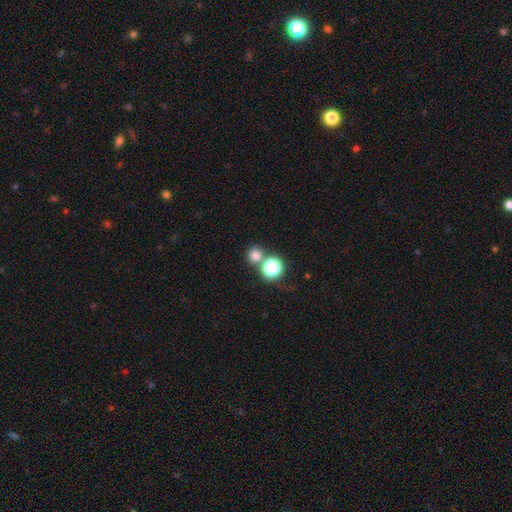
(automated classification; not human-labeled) smooth_or_featured: smooth (p=0.74) [alt: star or artifact p=0.19]
how_rounded: round (p=0.90) [alt: in between p=0.09]
merging: none (p=0.65) [alt: merger p=0.25]